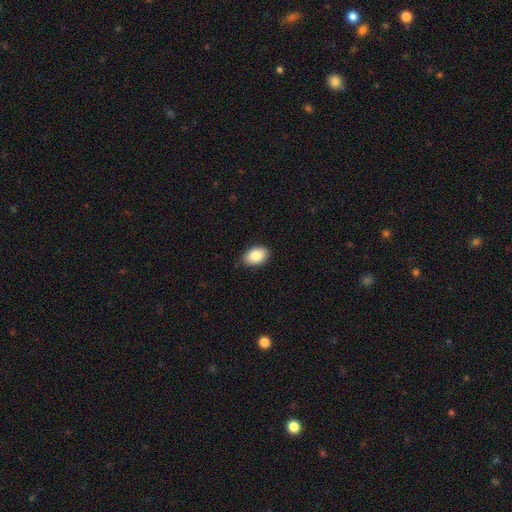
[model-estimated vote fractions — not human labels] Smooth or featured? Predicted: smooth (p=0.87). How rounded? Predicted: in between (p=0.90). Merging? Predicted: none (p=0.87).